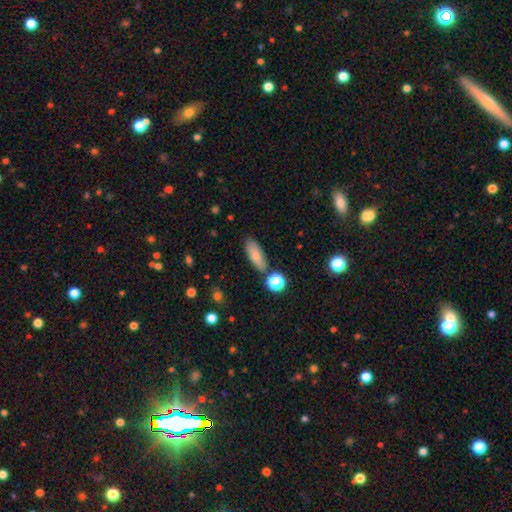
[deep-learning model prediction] A smooth galaxy with no disk features (78%) that is in between round and cigar-shaped (68%).

Vote fractions:
- Smooth or featured? smooth: 78% / featured or disk: 13% / star or artifact: 9%
- How rounded? in between: 68% / cigar-shaped: 27% / round: 4%
- Merging? none: 77% / minor disturbance: 13% / merger: 6% / major disturbance: 3%